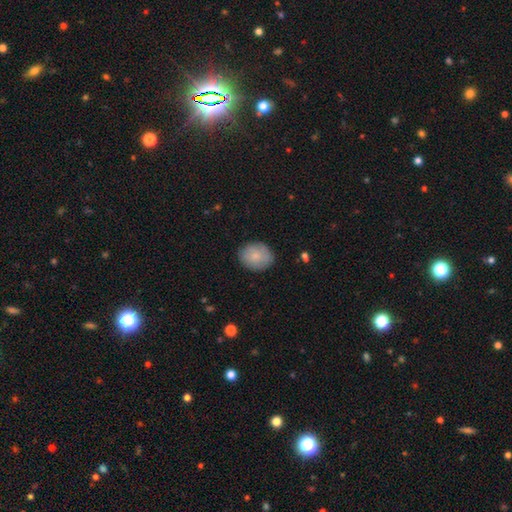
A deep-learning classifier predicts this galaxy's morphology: smooth_or_featured: smooth (p=0.80) [alt: featured or disk p=0.14]
how_rounded: round (p=0.61) [alt: in between p=0.38]
merging: none (p=0.84) [alt: minor disturbance p=0.12]